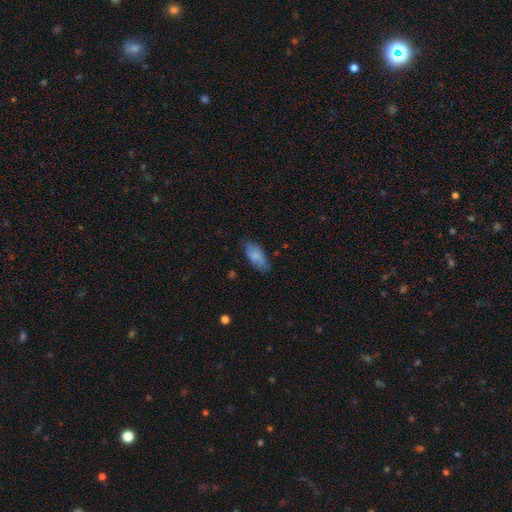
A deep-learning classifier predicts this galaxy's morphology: Smooth or featured? smooth (78%)
How rounded? in between (91%)
Merging? none (69%)